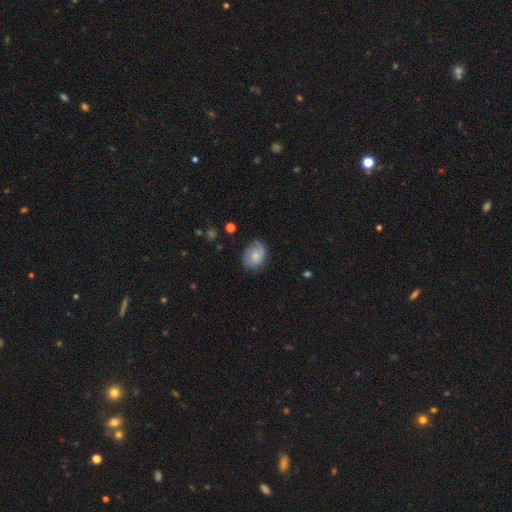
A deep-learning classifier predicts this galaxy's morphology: Smooth or featured: smooth — 54% (featured or disk — 38%)
How rounded: round — 51% (in between — 48%)
Merging: none — 60% (minor disturbance — 28%)